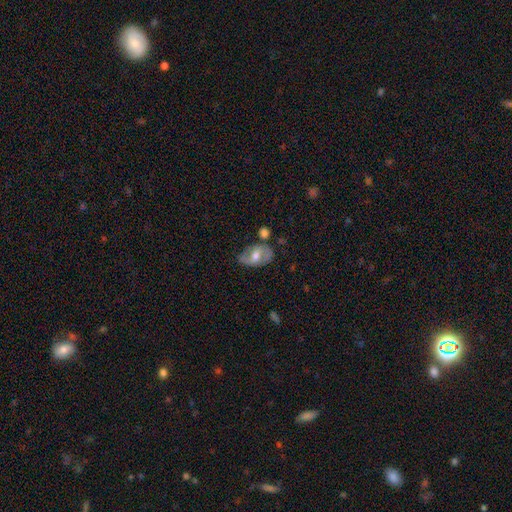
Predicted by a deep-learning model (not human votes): Smooth or featured? featured or disk (54%)
Edge-on disk? no (92%)
Bar? weak (43%)
Spiral arms? yes (59%)
Bulge size? moderate (71%)
Merging? none (62%)